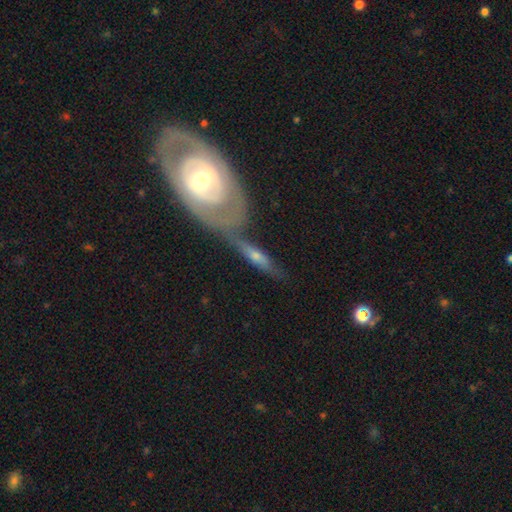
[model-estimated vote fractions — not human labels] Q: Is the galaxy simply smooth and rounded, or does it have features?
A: featured or disk — 71%.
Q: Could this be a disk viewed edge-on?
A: no — 82%.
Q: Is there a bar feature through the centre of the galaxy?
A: no — 63%.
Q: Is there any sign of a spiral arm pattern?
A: yes — 72%.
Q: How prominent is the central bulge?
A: moderate — 47%.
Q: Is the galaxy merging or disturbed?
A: none — 47%.